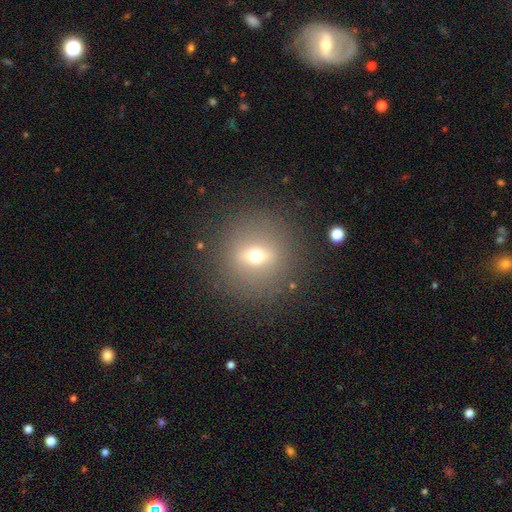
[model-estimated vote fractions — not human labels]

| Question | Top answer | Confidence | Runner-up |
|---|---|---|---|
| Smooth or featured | smooth | 44% | featured or disk (43%) |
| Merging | none | 87% | minor disturbance (8%) |